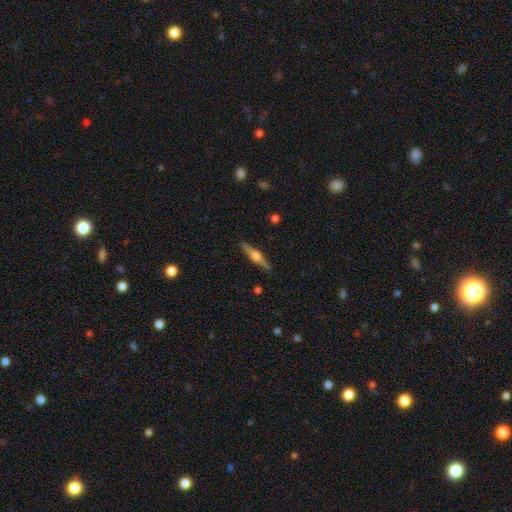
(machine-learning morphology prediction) Smooth or featured: featured or disk — 73% (smooth — 22%)
Edge-on disk: yes — 98% (no — 2%)
Edge-on bulge: rounded — 92% (boxy — 6%)
Merging: none — 90% (minor disturbance — 7%)